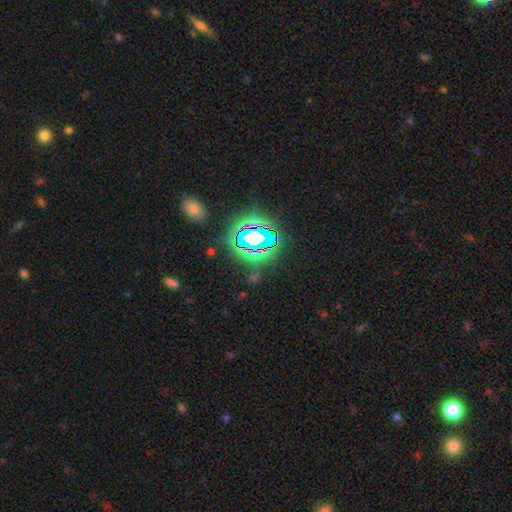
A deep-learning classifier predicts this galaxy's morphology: Smooth or featured? Predicted: star or artifact (p=0.76).